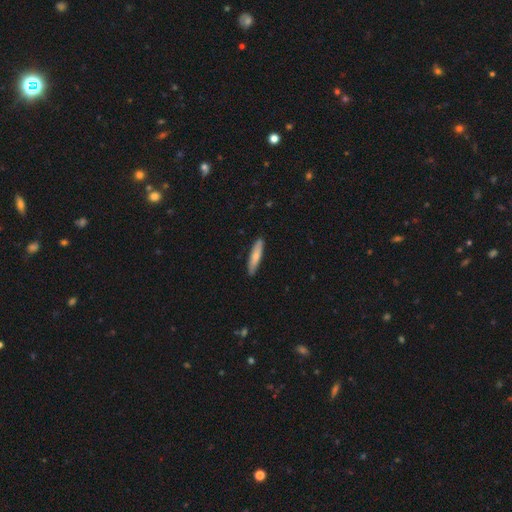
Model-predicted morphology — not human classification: The model was most divided on "smooth or featured": smooth: 72%, featured or disk: 23%, star or artifact: 5%. More confident: merging — none (89%); how rounded — cigar-shaped (86%).